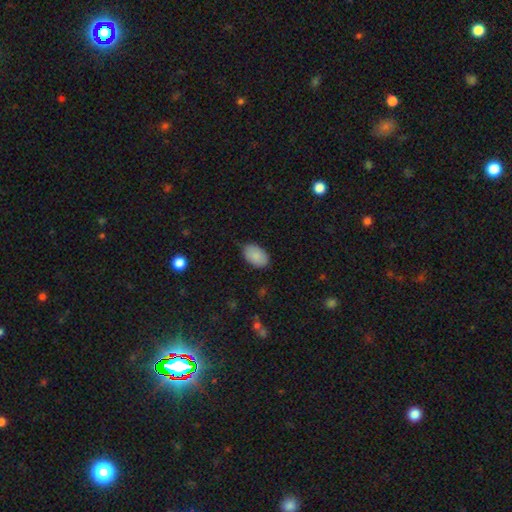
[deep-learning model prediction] The model was most divided on "merging": none: 77%, minor disturbance: 19%, major disturbance: 3%, merger: 1%. More confident: how rounded — in between (91%); smooth or featured — smooth (87%).